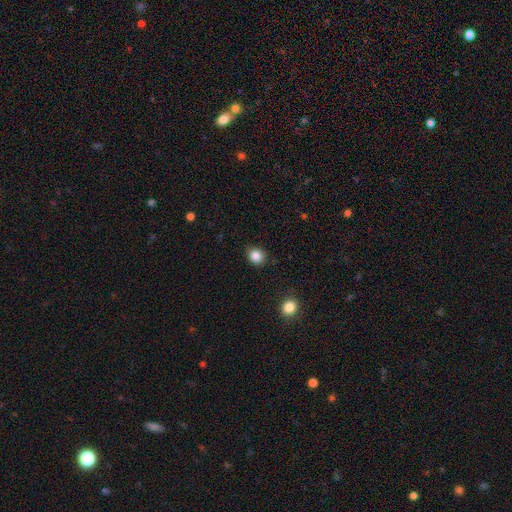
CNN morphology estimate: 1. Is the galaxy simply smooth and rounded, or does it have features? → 85% smooth, 10% star or artifact, 4% featured or disk.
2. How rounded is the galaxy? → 76% round, 23% in between, 1% cigar-shaped.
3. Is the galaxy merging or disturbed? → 86% none, 10% minor disturbance, 2% major disturbance, 1% merger.